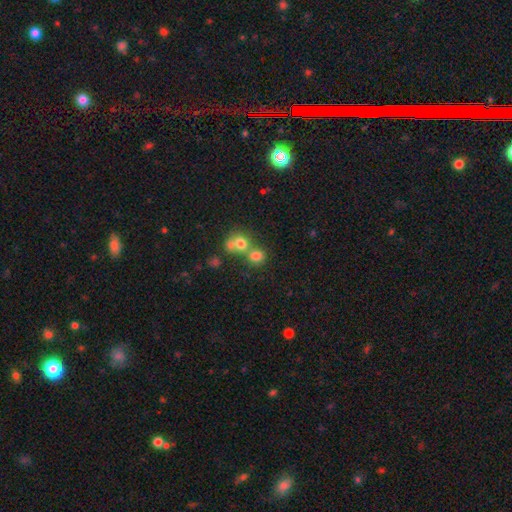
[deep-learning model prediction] Q: Smooth or featured?
A: smooth (73%); runner-up: star or artifact (16%)
Q: How rounded?
A: round (81%); runner-up: in between (18%)
Q: Merging?
A: none (47%); runner-up: merger (43%)